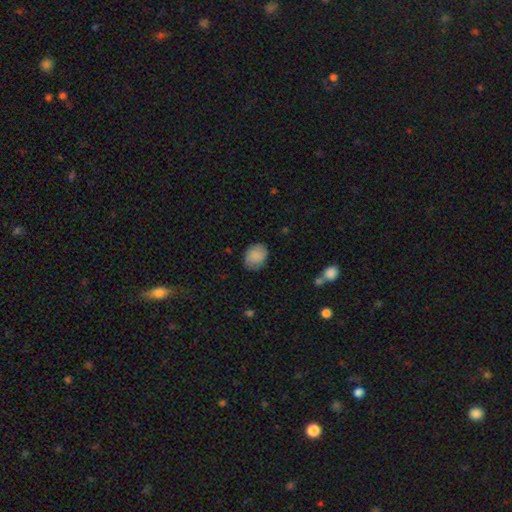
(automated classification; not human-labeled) Smooth or featured: smooth — 84% (featured or disk — 9%)
How rounded: in between — 57% (round — 43%)
Merging: none — 78% (minor disturbance — 17%)